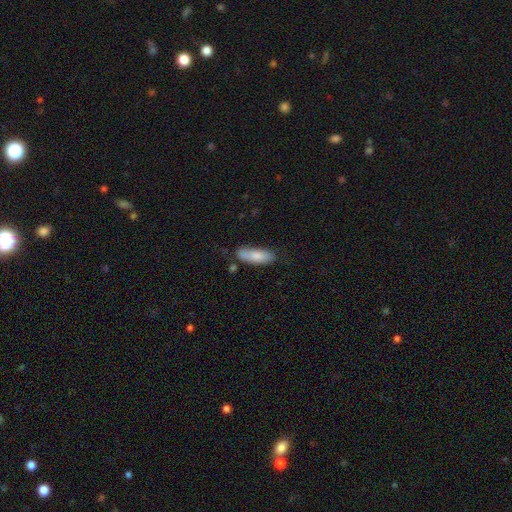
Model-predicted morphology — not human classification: smooth-or-featured: smooth: 80% | featured or disk: 14% | star or artifact: 6%
  how-rounded: in between: 61% | cigar-shaped: 38% | round: 2%
  merging: none: 67% | minor disturbance: 22% | merger: 7% | major disturbance: 5%